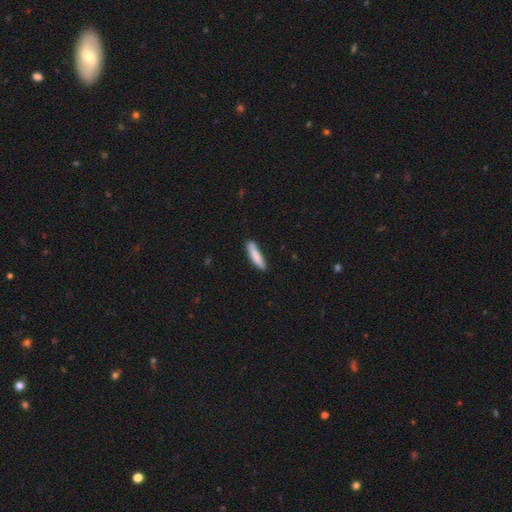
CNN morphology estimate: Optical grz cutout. It shows a smooth galaxy with no disk features (85%) that is cigar-shaped (80%). Merging: none (79%).